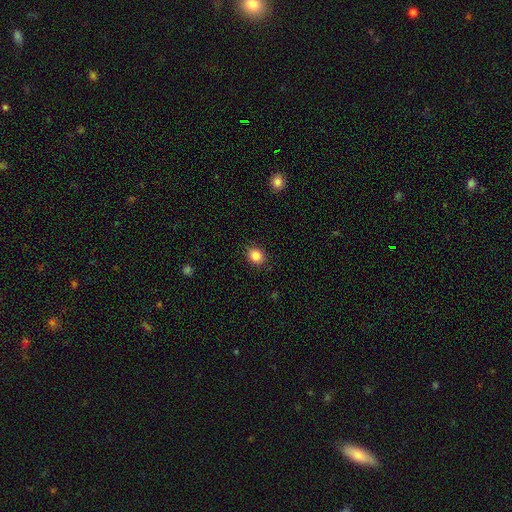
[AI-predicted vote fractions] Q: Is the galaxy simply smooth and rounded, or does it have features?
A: smooth — 85%.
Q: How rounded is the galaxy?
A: round — 61%.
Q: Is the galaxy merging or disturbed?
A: none — 89%.